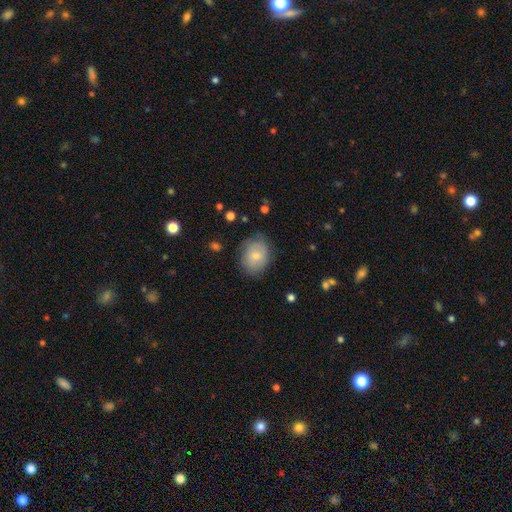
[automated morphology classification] Smooth or featured? Predicted: smooth (p=0.75). How rounded? Predicted: in between (p=0.54). Merging? Predicted: none (p=0.73).